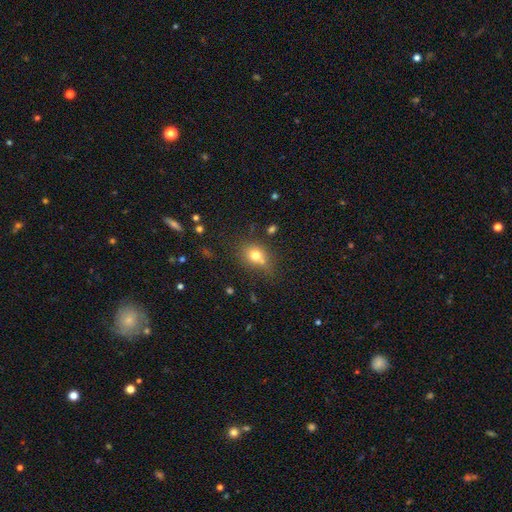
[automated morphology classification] A smooth galaxy with no disk features (74%) that is round (53%).

Vote fractions:
- Smooth or featured? smooth: 74% / star or artifact: 13% / featured or disk: 12%
- How rounded? round: 53% / in between: 46% / cigar-shaped: 1%
- Merging? none: 58% / minor disturbance: 19% / merger: 16% / major disturbance: 7%